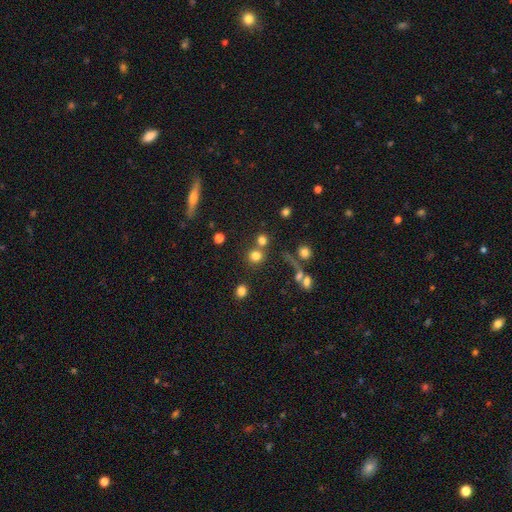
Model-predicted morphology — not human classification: Q: Smooth or featured?
A: smooth (75%); runner-up: star or artifact (16%)
Q: How rounded?
A: round (90%); runner-up: in between (9%)
Q: Merging?
A: none (64%); runner-up: merger (24%)